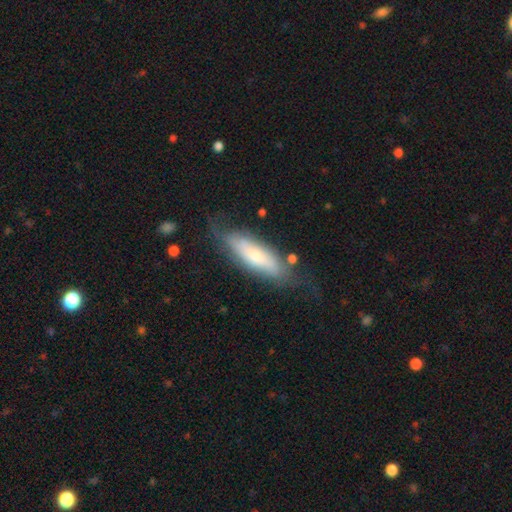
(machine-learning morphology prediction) Smooth or featured?
  - smooth: 51% *
  - featured or disk: 42%
  - star or artifact: 7%
How rounded?
  - in between: 53% *
  - cigar-shaped: 45%
  - round: 2%
Merging?
  - none: 60% *
  - minor disturbance: 25%
  - major disturbance: 12%
  - merger: 3%